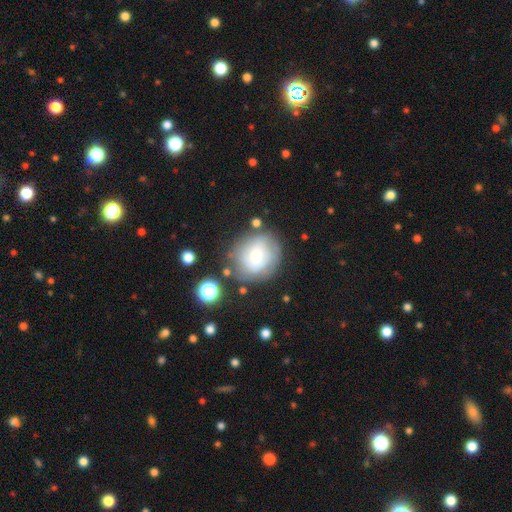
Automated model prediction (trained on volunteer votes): Morphology: type=smooth (57%); roundness=round (83%); merging=none (65%).